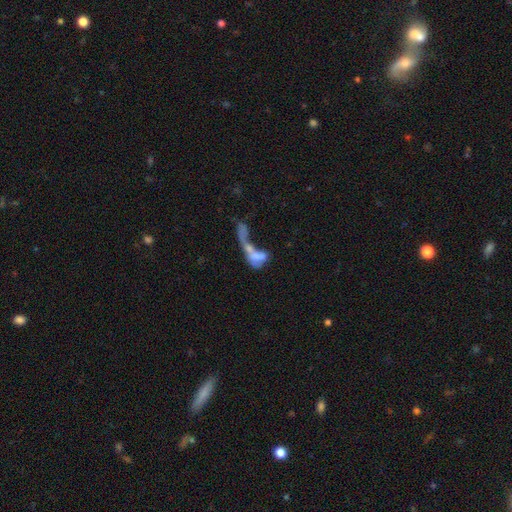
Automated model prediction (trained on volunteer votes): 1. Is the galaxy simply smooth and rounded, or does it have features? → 45% smooth, 44% featured or disk, 11% star or artifact.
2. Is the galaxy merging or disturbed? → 58% merger, 27% major disturbance, 10% none, 6% minor disturbance.